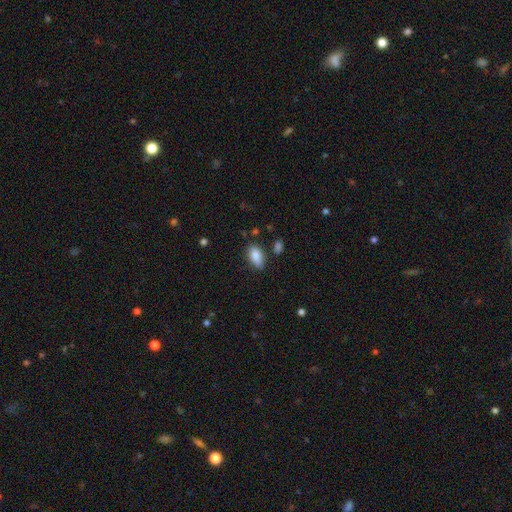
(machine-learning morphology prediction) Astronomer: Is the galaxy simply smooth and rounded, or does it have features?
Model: smooth — 85%.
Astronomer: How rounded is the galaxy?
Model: in between — 90%.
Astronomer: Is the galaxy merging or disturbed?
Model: none — 73%.